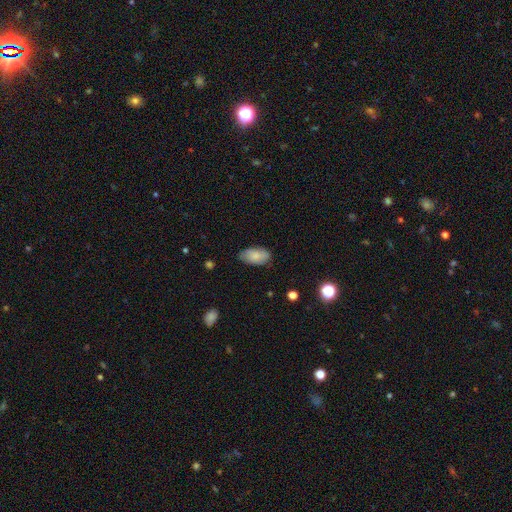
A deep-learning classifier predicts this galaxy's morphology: smooth 84%, featured or disk 9%, star or artifact 7%. Down the decision tree: how rounded — in between (94%); merging — none (79%).